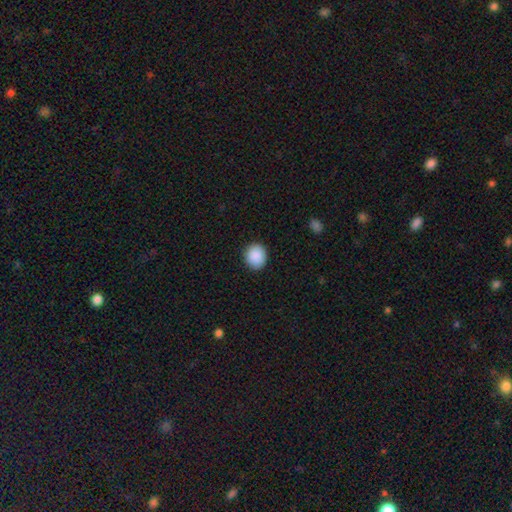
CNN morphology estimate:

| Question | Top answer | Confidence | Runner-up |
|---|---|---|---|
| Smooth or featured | smooth | 90% | star or artifact (7%) |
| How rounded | round | 76% | in between (23%) |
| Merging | none | 89% | minor disturbance (8%) |